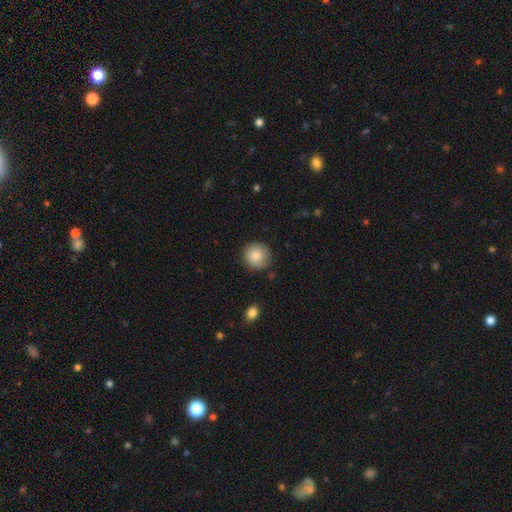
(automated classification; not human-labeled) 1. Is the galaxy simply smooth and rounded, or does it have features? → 86% smooth, 7% star or artifact, 7% featured or disk.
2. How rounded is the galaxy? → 93% round, 6% in between, 1% cigar-shaped.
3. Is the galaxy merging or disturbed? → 84% none, 12% minor disturbance, 3% major disturbance, 1% merger.